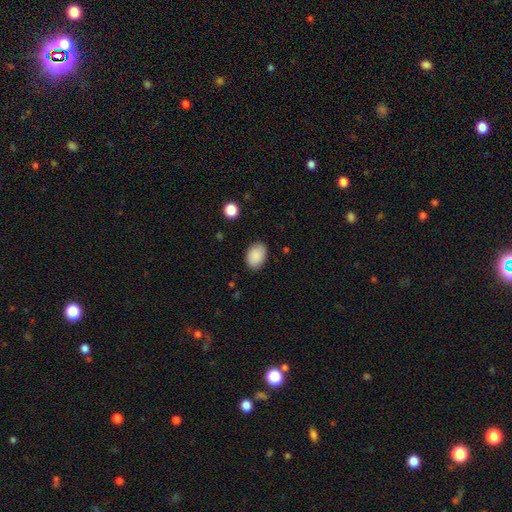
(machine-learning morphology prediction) Smooth or featured? Predicted: smooth (p=0.89). How rounded? Predicted: in between (p=0.79). Merging? Predicted: none (p=0.85).